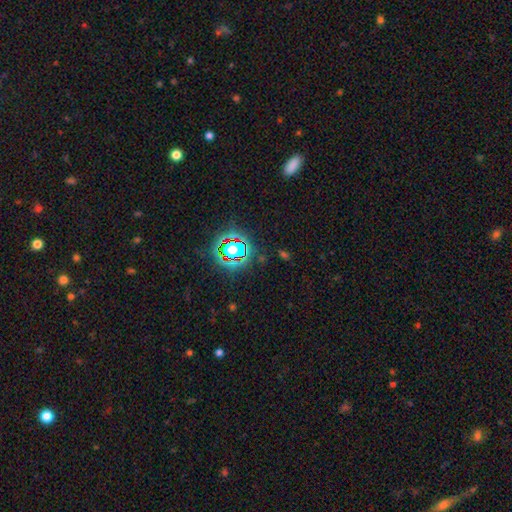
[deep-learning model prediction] The model was most divided on "smooth or featured": star or artifact: 77%, smooth: 14%, featured or disk: 9%.